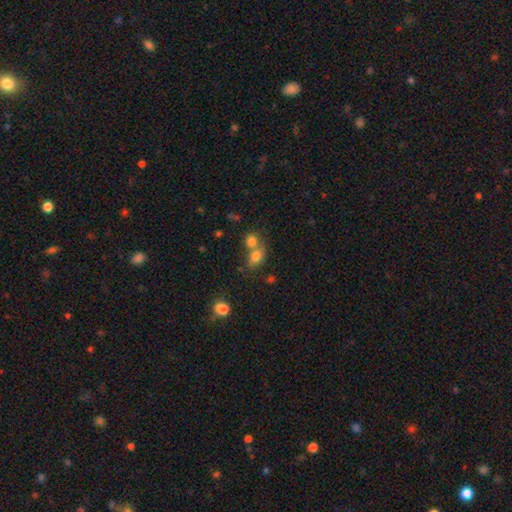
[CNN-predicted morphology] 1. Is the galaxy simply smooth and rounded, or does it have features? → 76% smooth, 12% star or artifact, 12% featured or disk.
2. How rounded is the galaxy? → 60% in between, 38% round, 2% cigar-shaped.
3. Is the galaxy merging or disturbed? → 53% merger, 33% none, 9% minor disturbance, 4% major disturbance.